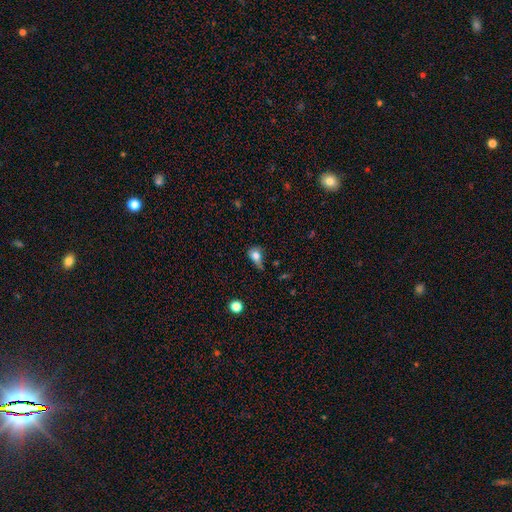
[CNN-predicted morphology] type=smooth (77%); roundness=in between (60%); merging=minor disturbance (39%).